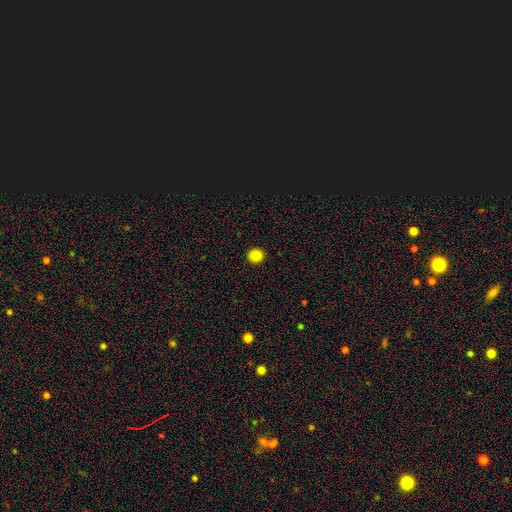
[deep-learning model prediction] Smooth or featured: smooth — 85% (star or artifact — 12%)
How rounded: round — 93% (in between — 6%)
Merging: none — 94% (minor disturbance — 4%)